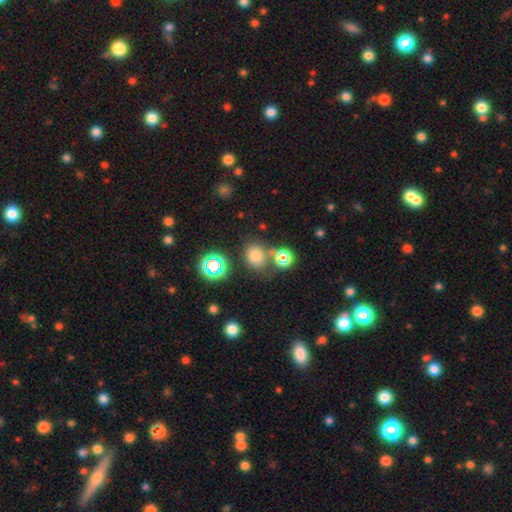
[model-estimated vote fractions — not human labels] Smooth or featured: smooth — 70% (star or artifact — 21%)
How rounded: round — 59% (in between — 40%)
Merging: none — 57% (merger — 25%)